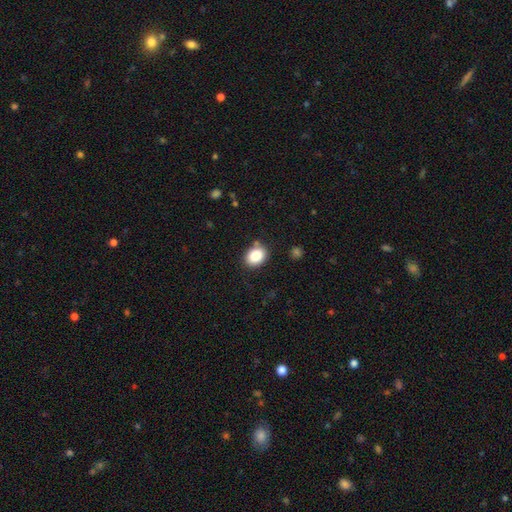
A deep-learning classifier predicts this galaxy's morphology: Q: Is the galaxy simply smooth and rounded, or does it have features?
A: smooth — 86%.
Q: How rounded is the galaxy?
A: in between — 64%.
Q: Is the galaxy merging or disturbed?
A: none — 83%.